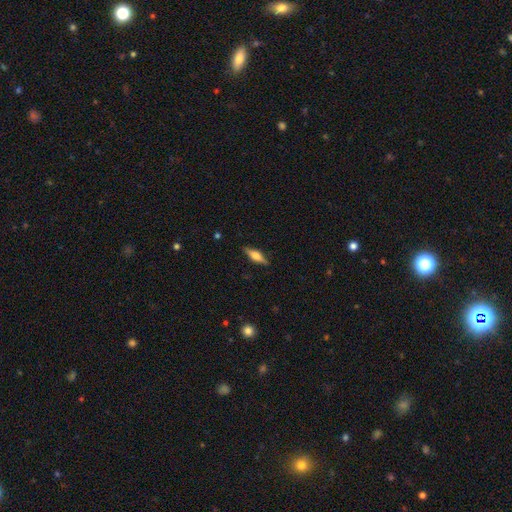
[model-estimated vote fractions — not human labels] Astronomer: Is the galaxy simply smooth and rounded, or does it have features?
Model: featured or disk — 58% (runner-up: smooth, 35%).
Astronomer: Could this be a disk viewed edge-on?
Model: yes — 96%.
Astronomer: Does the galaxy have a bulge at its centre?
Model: rounded — 84%.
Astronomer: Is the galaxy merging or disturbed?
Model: none — 87%.